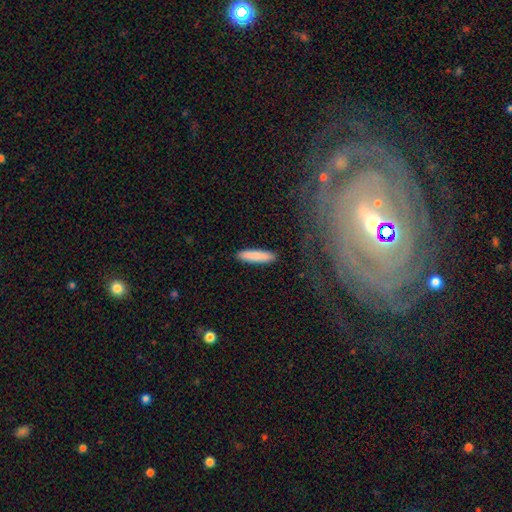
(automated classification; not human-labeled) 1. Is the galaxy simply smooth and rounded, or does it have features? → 86% smooth, 8% featured or disk, 6% star or artifact.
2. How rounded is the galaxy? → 80% cigar-shaped, 18% in between, 1% round.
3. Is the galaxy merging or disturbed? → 89% none, 7% minor disturbance, 2% major disturbance, 1% merger.